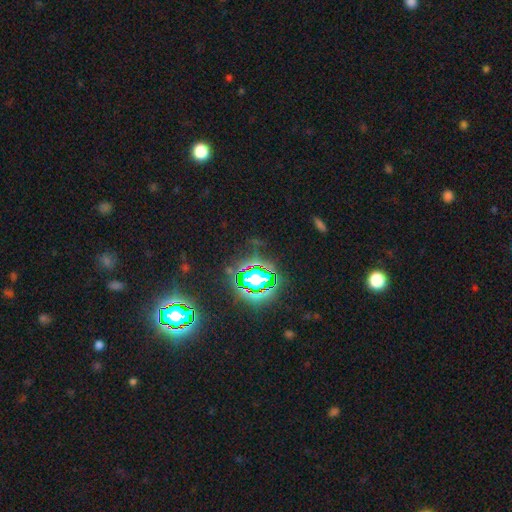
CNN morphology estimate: smooth_or_featured: star or artifact (p=0.81) [alt: smooth p=0.12]